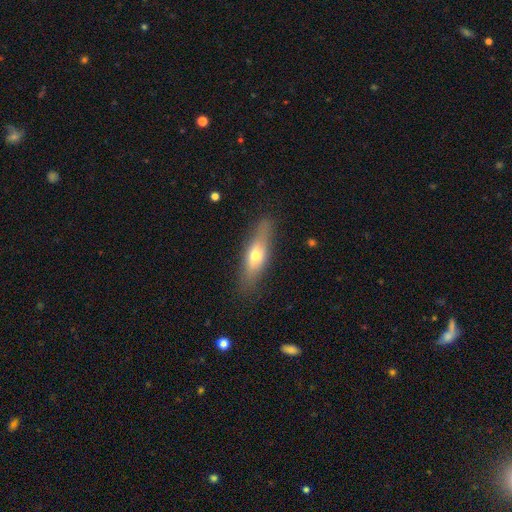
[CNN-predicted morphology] A smooth galaxy with no disk features (51%) that is cigar-shaped (56%).

Vote fractions:
- Smooth or featured? smooth: 51% / featured or disk: 42% / star or artifact: 7%
- How rounded? cigar-shaped: 56% / in between: 41% / round: 3%
- Merging? none: 82% / minor disturbance: 13% / major disturbance: 4% / merger: 1%